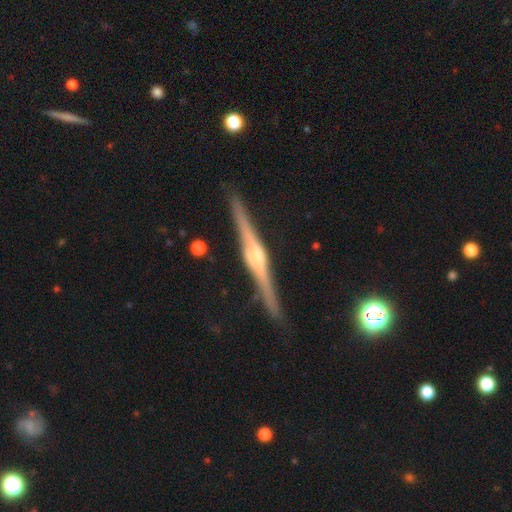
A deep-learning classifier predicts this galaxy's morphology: Smooth or featured? featured or disk (86%)
Edge-on disk? yes (98%)
Edge-on bulge? rounded (72%)
Merging? none (91%)